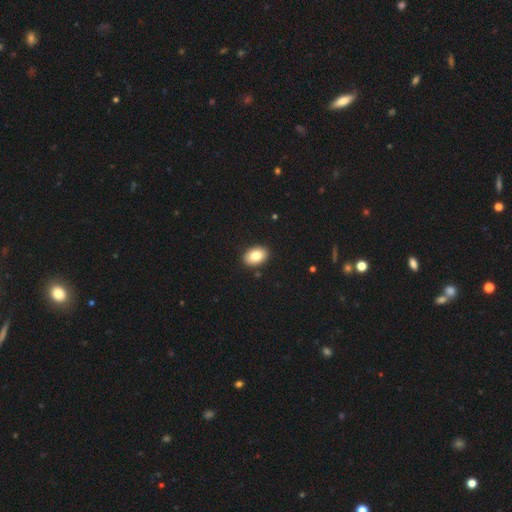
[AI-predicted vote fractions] This is clearly a smooth galaxy (83%). How rounded: clearly in between (86%). Merging: clearly none (91%).